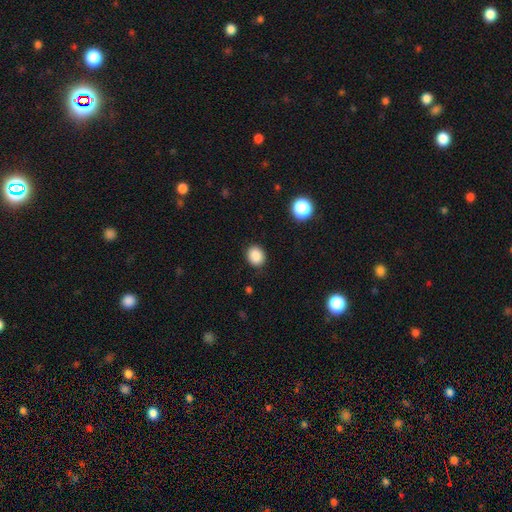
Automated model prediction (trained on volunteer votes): A smooth galaxy with no disk features (87%) that is round (70%).

Vote fractions:
- Smooth or featured? smooth: 87% / star or artifact: 10% / featured or disk: 3%
- How rounded? round: 70% / in between: 29% / cigar-shaped: 1%
- Merging? none: 89% / minor disturbance: 8% / major disturbance: 2% / merger: 1%